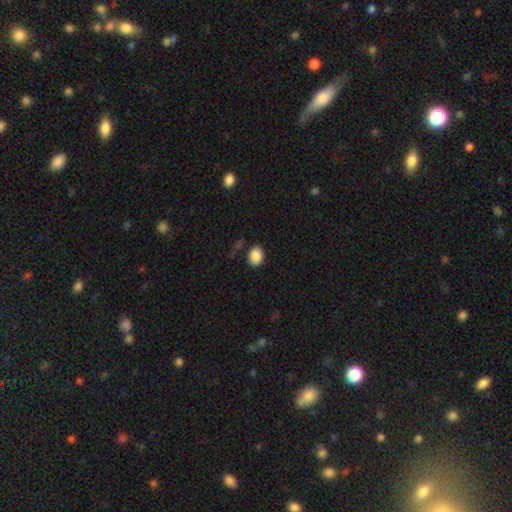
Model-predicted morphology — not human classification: This appears to be a smooth galaxy with no disk features (88%) that is in between round and cigar-shaped (67%). Merging: none (81%).